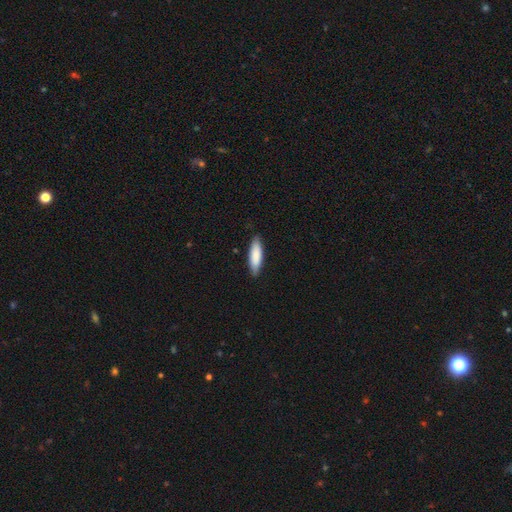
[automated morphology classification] Smooth or featured?
  - smooth: 84% *
  - featured or disk: 11%
  - star or artifact: 5%
How rounded?
  - cigar-shaped: 57% *
  - in between: 42%
  - round: 1%
Merging?
  - none: 86% *
  - minor disturbance: 11%
  - major disturbance: 2%
  - merger: 1%